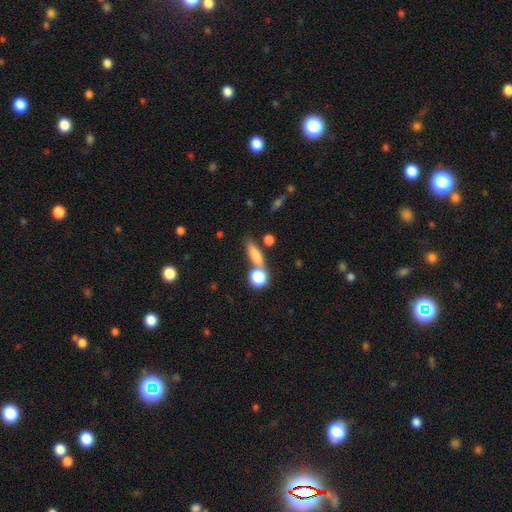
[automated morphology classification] Smooth or featured? Predicted: smooth (p=0.75). How rounded? Predicted: in between (p=0.43). Merging? Predicted: none (p=0.61).